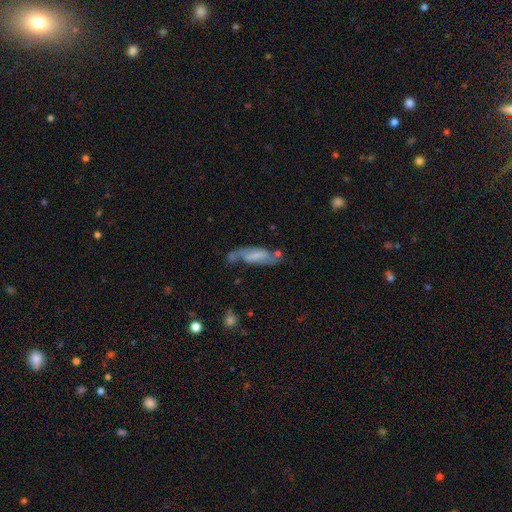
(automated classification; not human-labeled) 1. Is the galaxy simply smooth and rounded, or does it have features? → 62% featured or disk, 31% smooth, 7% star or artifact.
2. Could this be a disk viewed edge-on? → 83% no, 17% yes.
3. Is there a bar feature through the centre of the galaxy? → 39% weak, 38% strong, 23% no.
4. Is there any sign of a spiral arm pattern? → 81% yes, 19% no.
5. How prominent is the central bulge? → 37% none, 33% small, 22% moderate, 7% large, 2% dominant.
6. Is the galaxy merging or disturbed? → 50% none, 25% minor disturbance, 14% major disturbance, 12% merger.